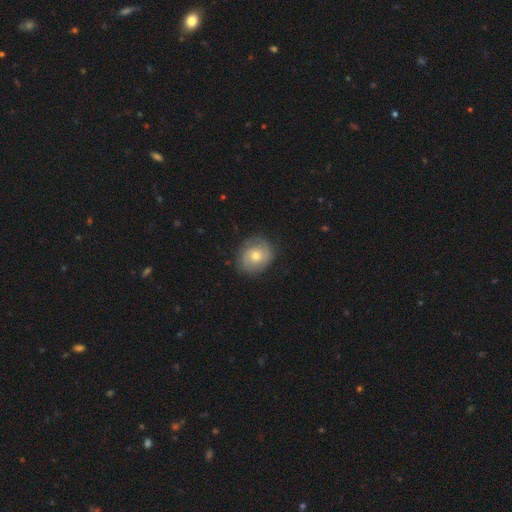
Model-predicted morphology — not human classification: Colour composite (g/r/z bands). It shows a smooth galaxy with no disk features (46%, tied with featured or disk). Merging: none (79%).